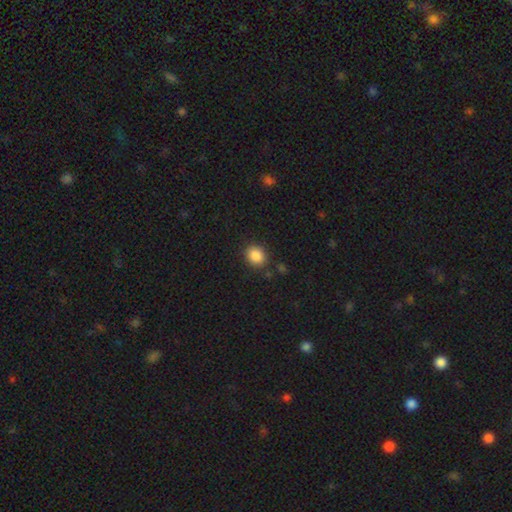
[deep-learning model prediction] This appears to be a smooth galaxy with no disk features (87%) that is round (61%). Merging: none (86%).